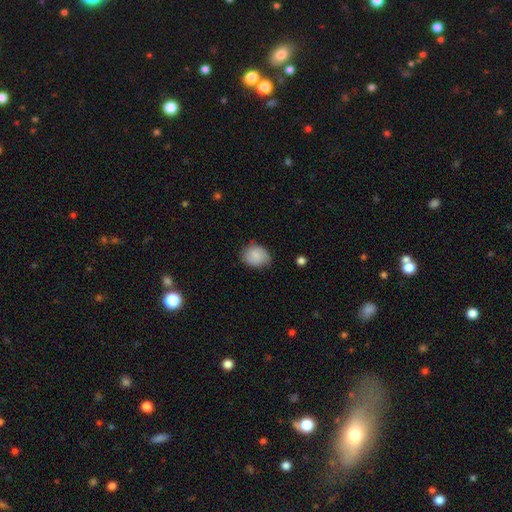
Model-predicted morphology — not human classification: This appears to be a smooth galaxy with no disk features (81%) that is in between round and cigar-shaped (51%). Merging: none (77%).